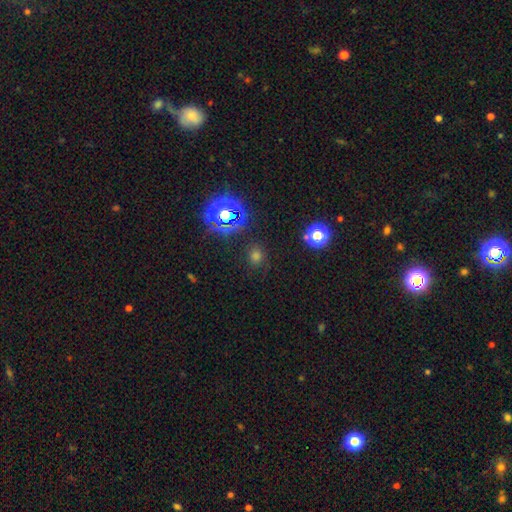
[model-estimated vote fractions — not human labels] This is possibly a smooth galaxy (57%). How rounded: clearly round (82%). Merging: clearly none (85%).